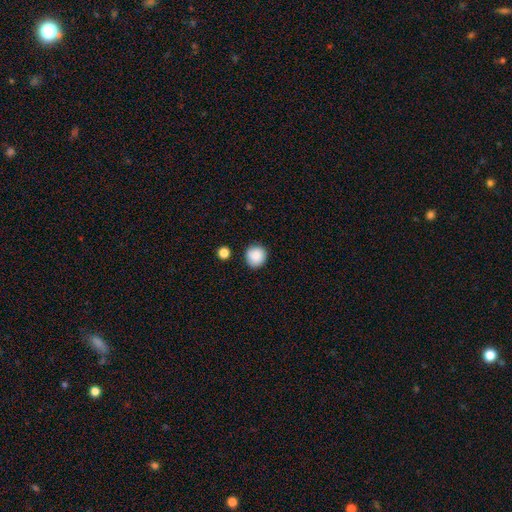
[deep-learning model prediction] This is clearly a smooth galaxy (87%). How rounded: clearly round (92%). Merging: clearly none (85%).